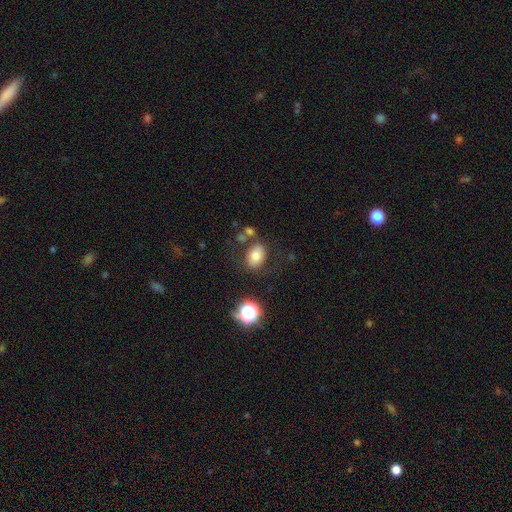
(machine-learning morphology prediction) smooth_or_featured: smooth (p=0.76) [alt: star or artifact p=0.13]
how_rounded: in between (p=0.72) [alt: round p=0.27]
merging: none (p=0.74) [alt: minor disturbance p=0.14]